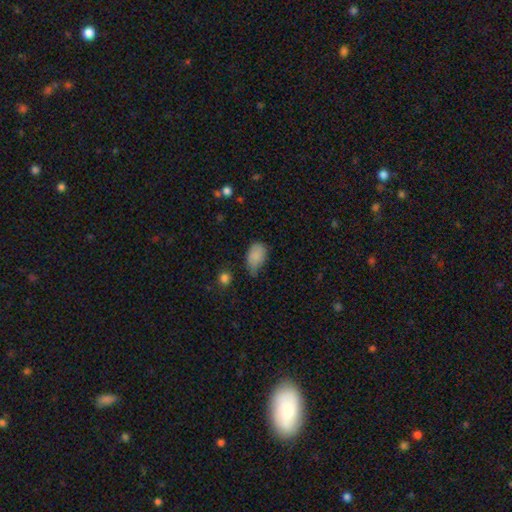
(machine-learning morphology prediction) smooth_or_featured: smooth (p=0.84) [alt: star or artifact p=0.09]
how_rounded: in between (p=0.88) [alt: round p=0.11]
merging: minor disturbance (p=0.46) [alt: none p=0.38]